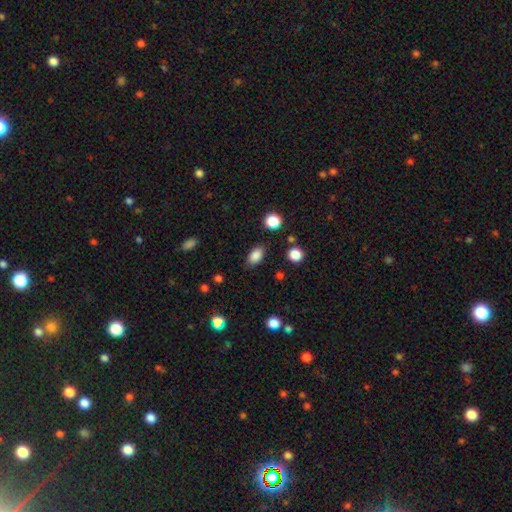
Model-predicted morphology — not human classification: smooth 86%, star or artifact 9%, featured or disk 5%. Down the decision tree: how rounded — in between (87%); merging — none (83%).